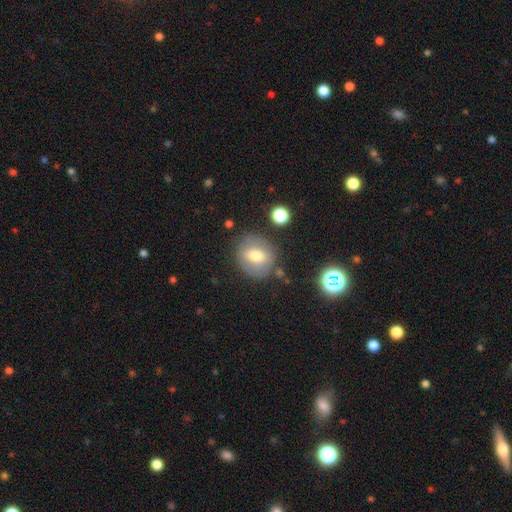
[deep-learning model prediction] Smooth or featured?
  - smooth: 62% *
  - featured or disk: 28%
  - star or artifact: 10%
How rounded?
  - round: 70% *
  - in between: 29%
  - cigar-shaped: 1%
Merging?
  - none: 76% *
  - minor disturbance: 15%
  - major disturbance: 5%
  - merger: 4%